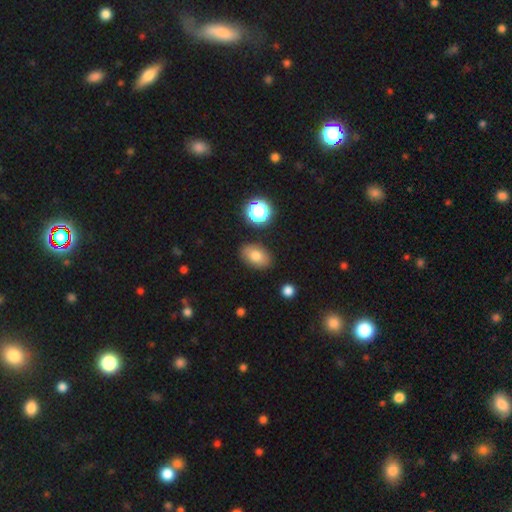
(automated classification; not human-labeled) Smooth or featured: smooth — 78% (featured or disk — 12%)
How rounded: in between — 85% (round — 13%)
Merging: none — 85% (minor disturbance — 10%)